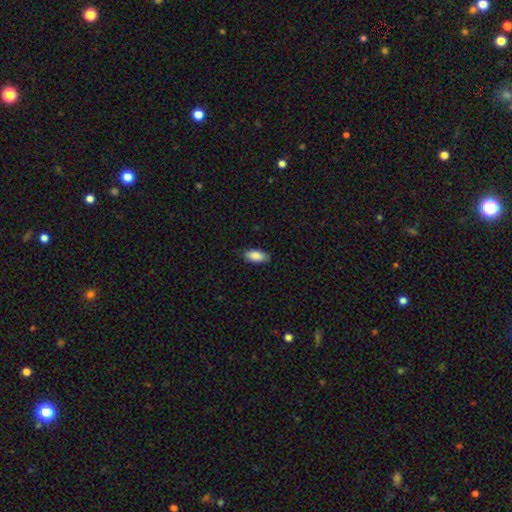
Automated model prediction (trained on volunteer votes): smooth 88%, star or artifact 6%, featured or disk 5%. Down the decision tree: how rounded — in between (90%); merging — none (85%).